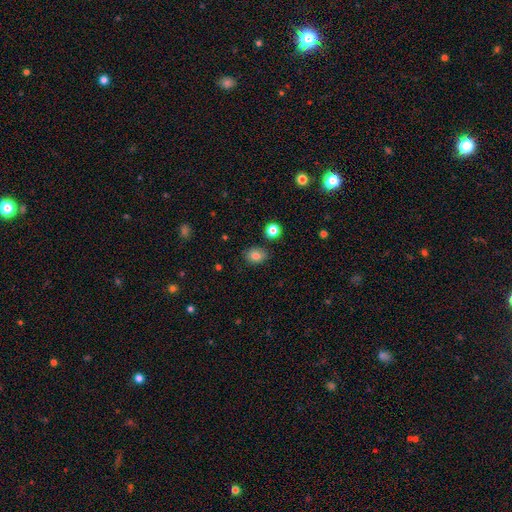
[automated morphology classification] smooth 83%, star or artifact 11%, featured or disk 6%. Down the decision tree: how rounded — in between (55%); merging — none (83%).